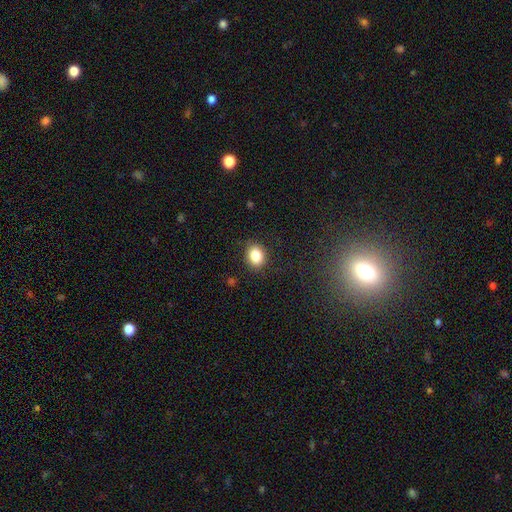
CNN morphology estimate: Smooth or featured?
  - smooth: 83% *
  - star or artifact: 10%
  - featured or disk: 7%
How rounded?
  - round: 52% *
  - in between: 47%
  - cigar-shaped: 1%
Merging?
  - none: 86% *
  - minor disturbance: 10%
  - major disturbance: 3%
  - merger: 1%